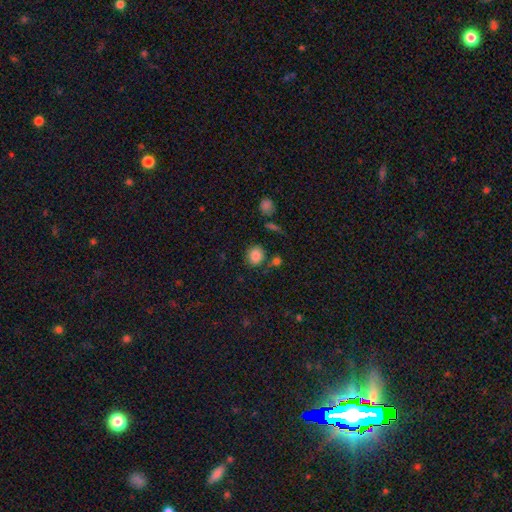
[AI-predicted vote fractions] Morphology: type=smooth (85%); roundness=round (71%); merging=none (74%).